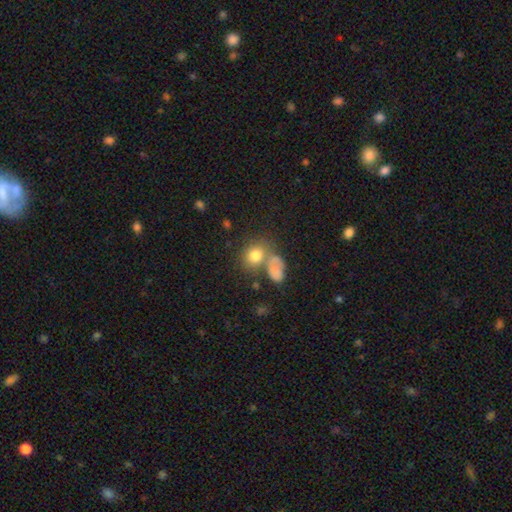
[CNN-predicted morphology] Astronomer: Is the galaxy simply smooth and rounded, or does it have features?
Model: smooth — 78%.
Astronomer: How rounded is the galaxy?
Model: round — 51% (runner-up: in between, 47%).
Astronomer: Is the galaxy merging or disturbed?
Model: none — 46% (runner-up: merger, 34%).